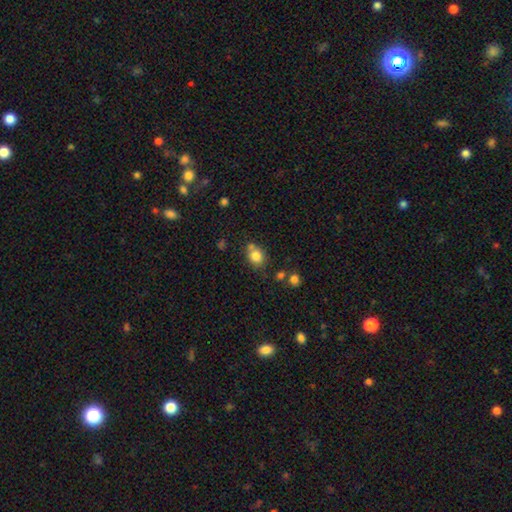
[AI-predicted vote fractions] This is clearly a smooth galaxy (81%). How rounded: likely round (64%). Merging: likely none (61%).